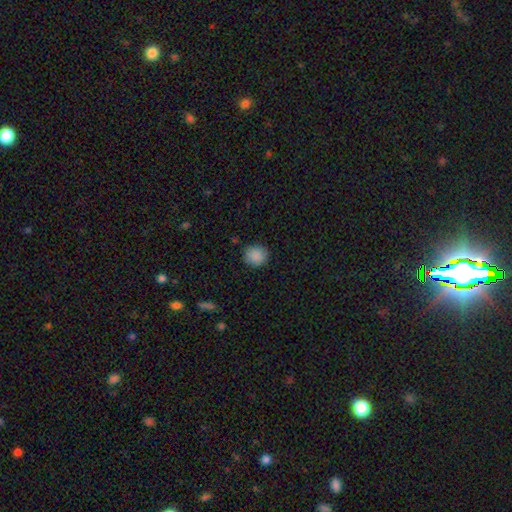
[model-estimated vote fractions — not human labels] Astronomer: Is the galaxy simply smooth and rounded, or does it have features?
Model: smooth — 87%.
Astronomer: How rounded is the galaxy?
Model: round — 82%.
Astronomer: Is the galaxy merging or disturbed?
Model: none — 86%.